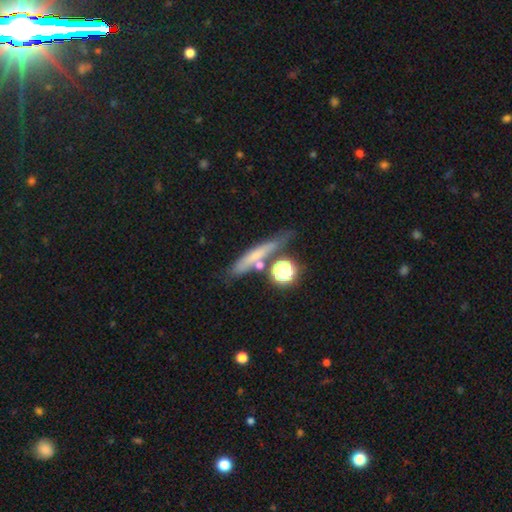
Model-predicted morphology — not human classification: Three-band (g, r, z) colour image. It shows a smooth galaxy with no disk features (54%) that is cigar-shaped (75%). Merging: none (66%).